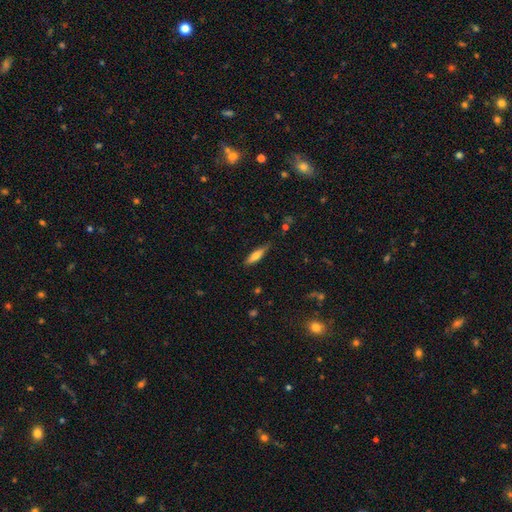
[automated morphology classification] smooth 70%, featured or disk 24%, star or artifact 7%. Down the decision tree: how rounded — cigar-shaped (61%); merging — none (78%).